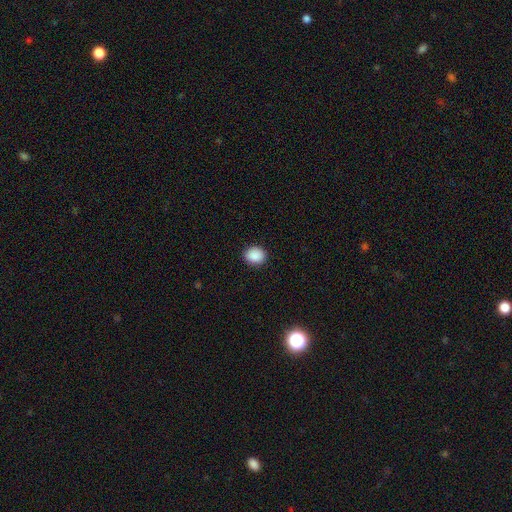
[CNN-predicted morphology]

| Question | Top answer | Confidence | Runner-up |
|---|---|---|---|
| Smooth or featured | smooth | 89% | star or artifact (8%) |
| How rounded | round | 63% | in between (36%) |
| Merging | none | 91% | minor disturbance (7%) |